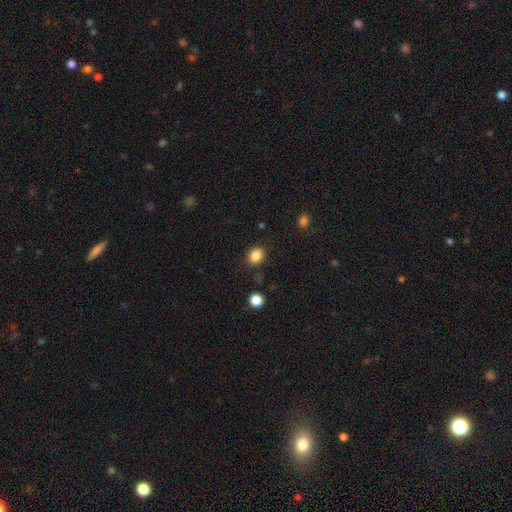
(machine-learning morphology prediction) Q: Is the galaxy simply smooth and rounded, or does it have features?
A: smooth — 85%.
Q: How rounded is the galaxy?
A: round — 66%.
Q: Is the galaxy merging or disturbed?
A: none — 85%.